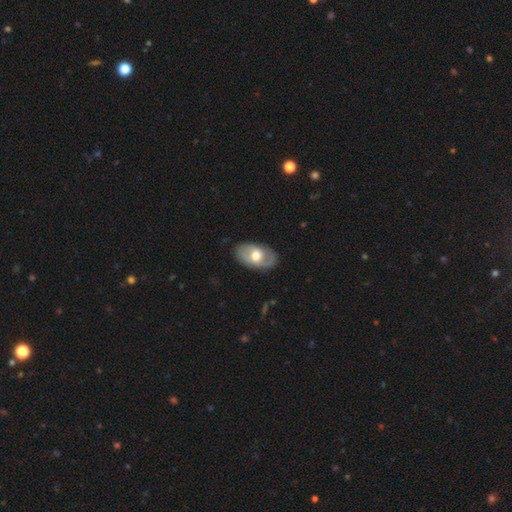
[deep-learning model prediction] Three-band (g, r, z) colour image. It shows a featured or disk galaxy (53%). Merging: none (80%).